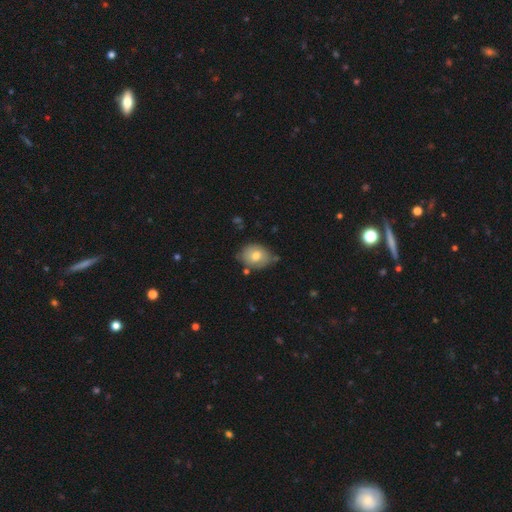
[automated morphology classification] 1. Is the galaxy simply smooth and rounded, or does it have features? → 73% smooth, 18% featured or disk, 8% star or artifact.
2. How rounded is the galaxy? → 56% in between, 43% round, 1% cigar-shaped.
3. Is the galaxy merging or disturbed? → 66% none, 24% minor disturbance, 6% merger, 4% major disturbance.